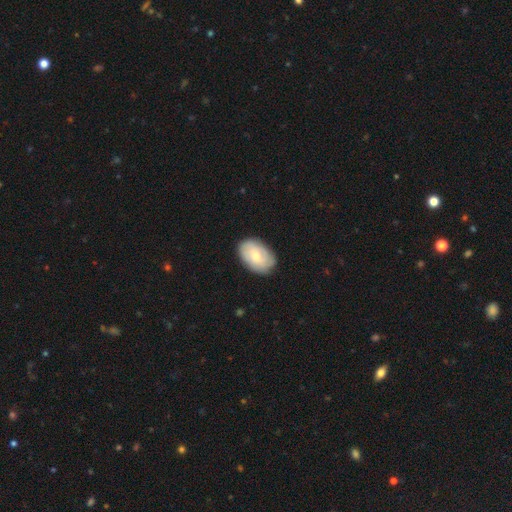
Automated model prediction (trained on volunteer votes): Morphology: type=smooth (62%); roundness=in between (89%); merging=none (81%).